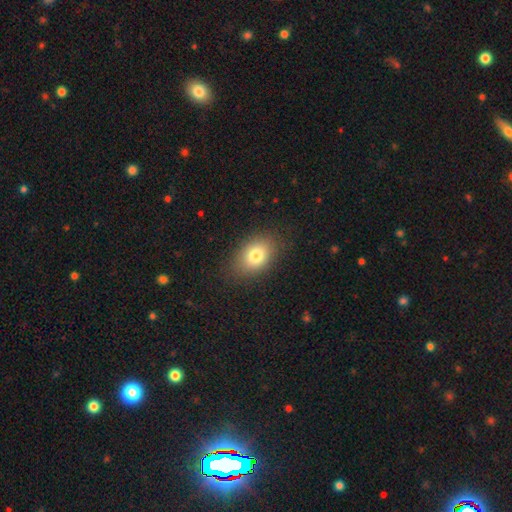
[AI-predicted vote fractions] A smooth galaxy with no disk features (79%) that is in between round and cigar-shaped (80%).

Vote fractions:
- Smooth or featured? smooth: 79% / featured or disk: 11% / star or artifact: 9%
- How rounded? in between: 80% / round: 19% / cigar-shaped: 1%
- Merging? none: 84% / minor disturbance: 11% / major disturbance: 4% / merger: 1%